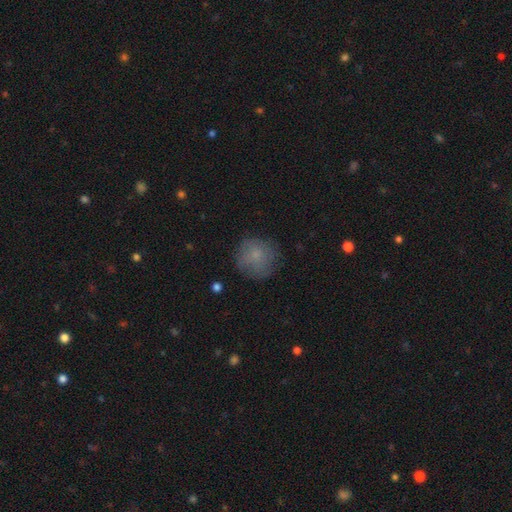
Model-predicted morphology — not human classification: The model was most divided on "merging": none: 76%, minor disturbance: 17%, major disturbance: 6%, merger: 1%. More confident: how rounded — round (92%); smooth or featured — smooth (76%).